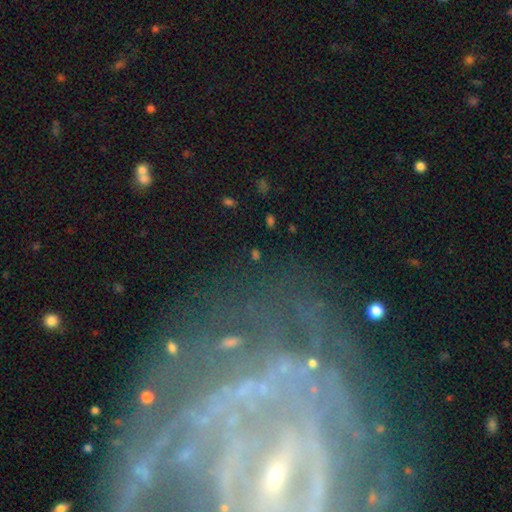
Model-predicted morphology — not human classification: Smooth or featured? star or artifact (34%, tied with smooth)